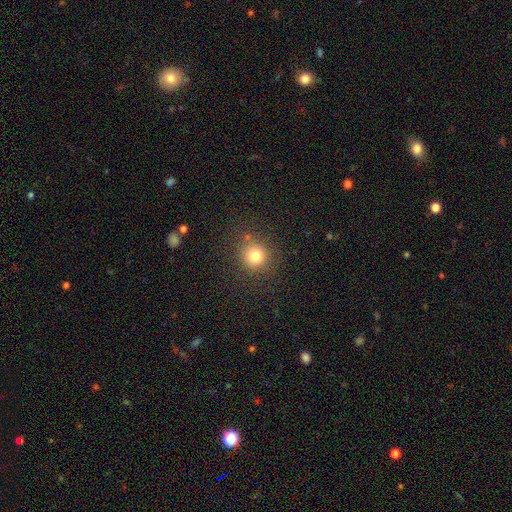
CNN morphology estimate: type=smooth (79%); roundness=round (89%); merging=none (82%).